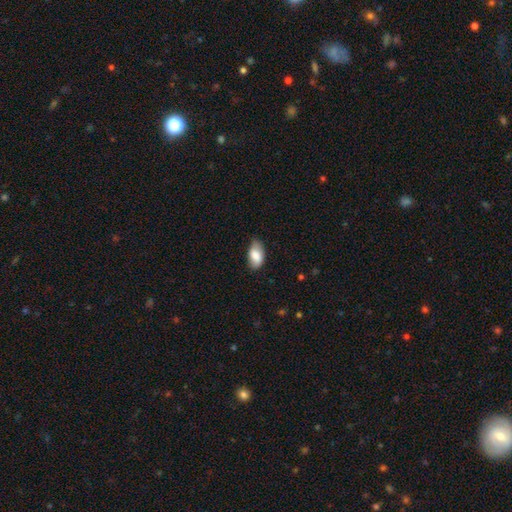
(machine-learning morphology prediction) This is clearly a smooth galaxy (83%). How rounded: clearly in between (93%). Merging: likely none (65%).